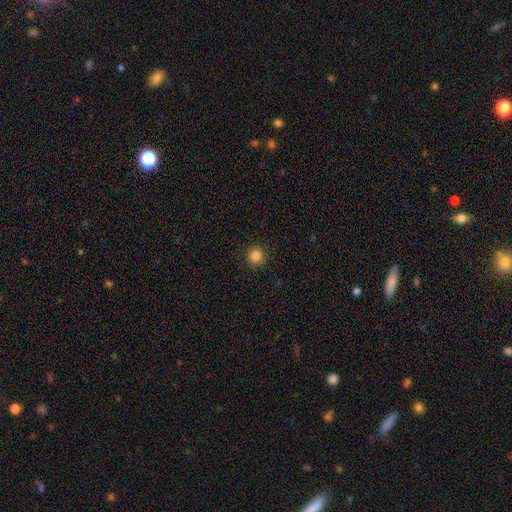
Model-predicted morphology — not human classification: This appears to be a smooth galaxy with no disk features (85%) that is round (92%). Merging: none (91%).